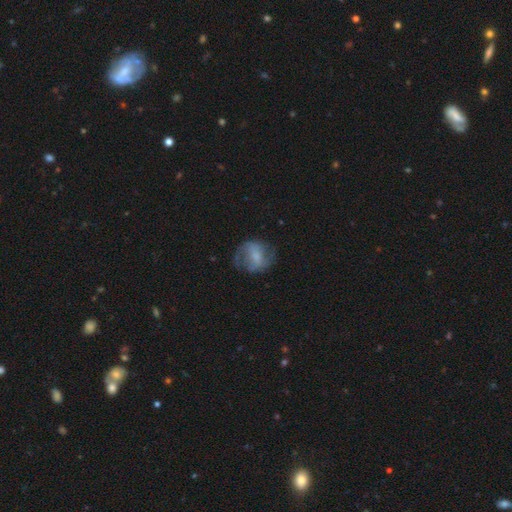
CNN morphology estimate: Overall: featured or disk (51%; smooth 41%). Edge-on disk: no (96%). Merging: none (63%).